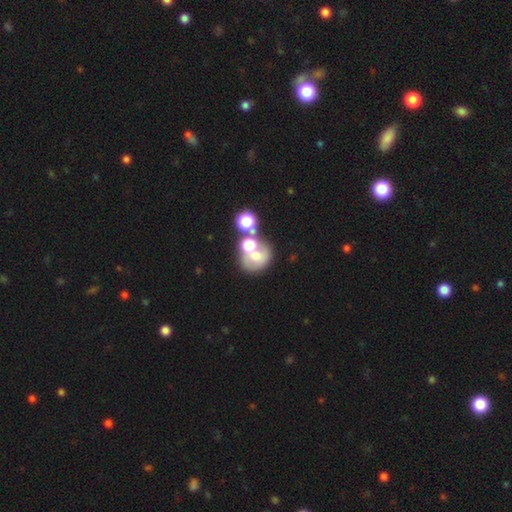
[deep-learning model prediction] Smooth or featured: smooth — 54% (featured or disk — 31%)
How rounded: round — 69% (in between — 30%)
Merging: merger — 47% (none — 35%)